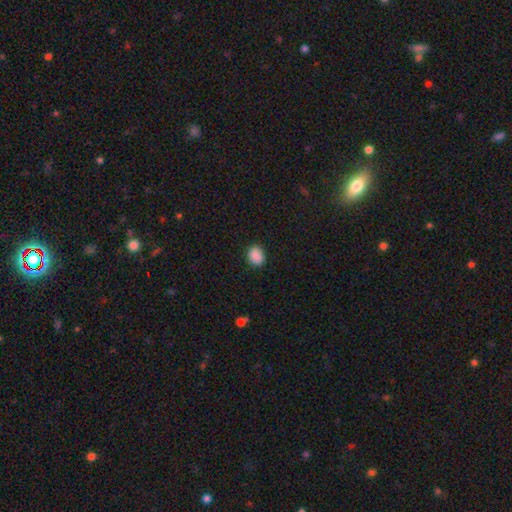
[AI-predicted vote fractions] Smooth or featured? smooth (89%)
How rounded? in between (60%)
Merging? none (86%)